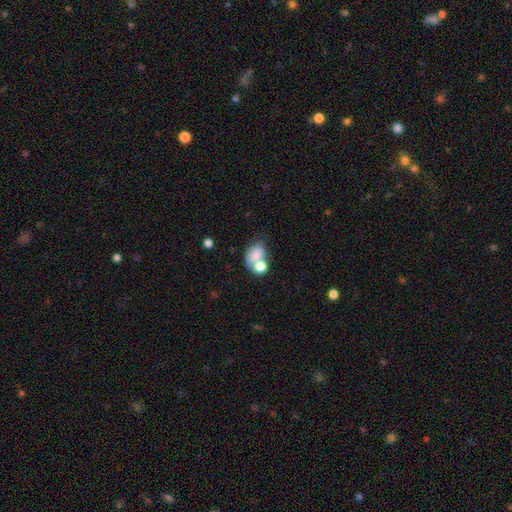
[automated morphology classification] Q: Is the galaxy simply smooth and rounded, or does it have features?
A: smooth — 74%.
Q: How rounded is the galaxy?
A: in between — 74%.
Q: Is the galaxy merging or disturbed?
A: merger — 48%.